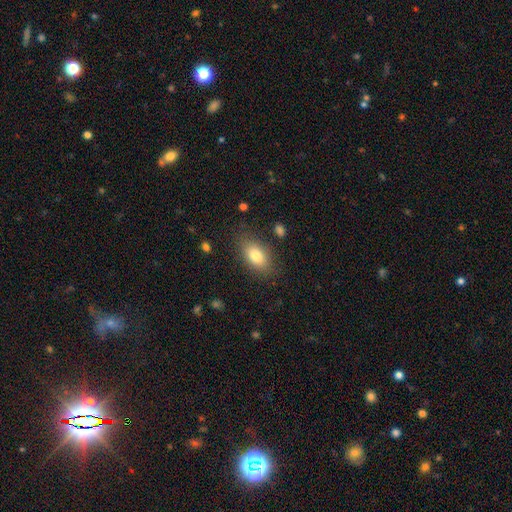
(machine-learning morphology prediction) A smooth galaxy with no disk features (80%) that is in between round and cigar-shaped (89%). Merging: none (82%).